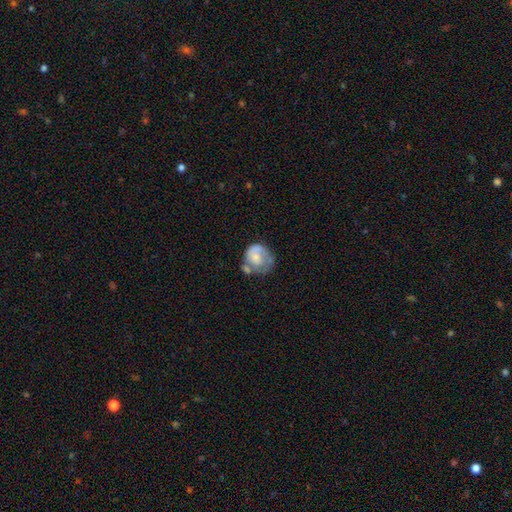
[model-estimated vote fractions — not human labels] Overall: smooth (57%; featured or disk 37%). How rounded: round (71%). Merging: none (32%; minor disturbance 25%).